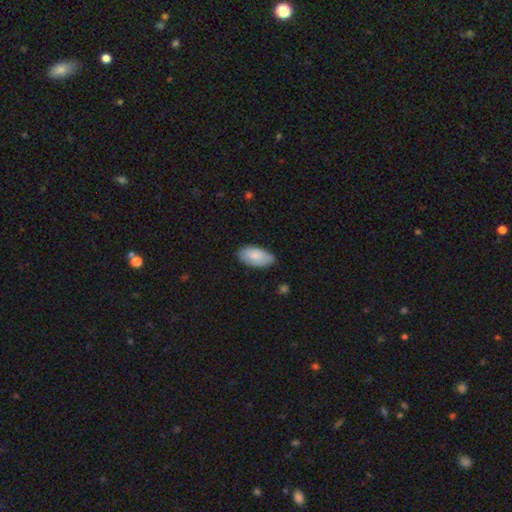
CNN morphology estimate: type=smooth (83%); roundness=in between (95%); merging=none (74%).